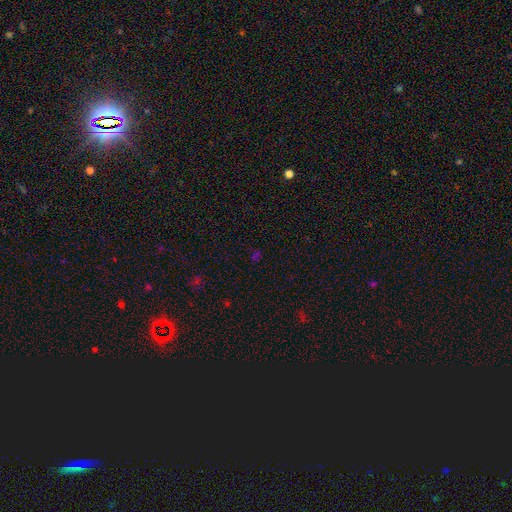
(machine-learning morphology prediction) Smooth or featured?
  - star or artifact: 57% *
  - smooth: 35%
  - featured or disk: 8%